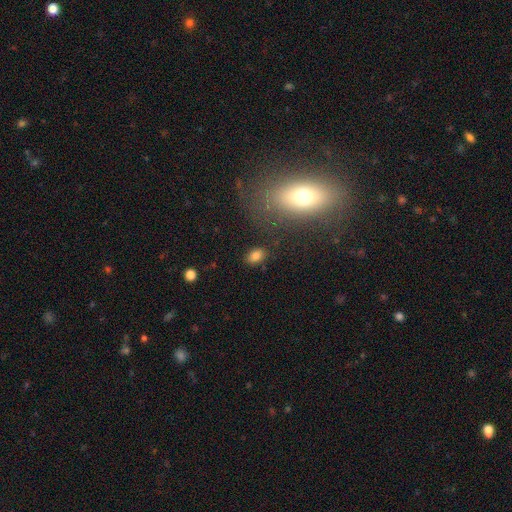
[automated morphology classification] smooth-or-featured: smooth: 81% | star or artifact: 12% | featured or disk: 8%
  how-rounded: in between: 84% | round: 14% | cigar-shaped: 2%
  merging: none: 83% | minor disturbance: 11% | major disturbance: 3% | merger: 3%